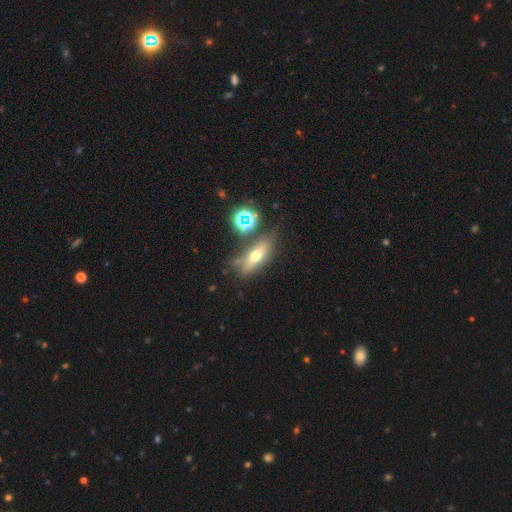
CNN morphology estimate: A smooth galaxy with no disk features (50%).

Vote fractions:
- Smooth or featured? smooth: 50% / featured or disk: 36% / star or artifact: 14%
- Merging? none: 70% / minor disturbance: 16% / merger: 8% / major disturbance: 6%